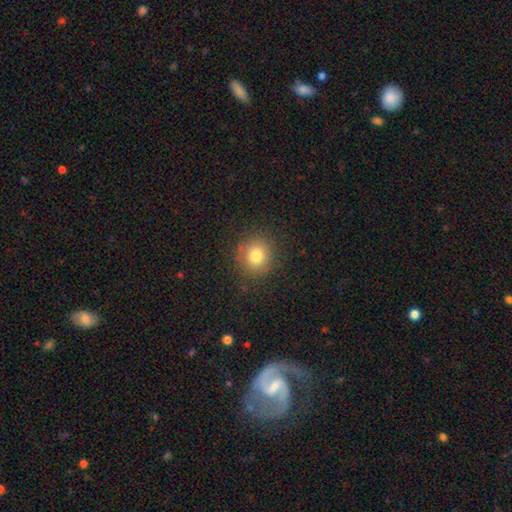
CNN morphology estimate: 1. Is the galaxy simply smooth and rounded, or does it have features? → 78% smooth, 12% star or artifact, 10% featured or disk.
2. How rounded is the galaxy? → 87% round, 12% in between, 1% cigar-shaped.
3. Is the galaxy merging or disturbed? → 86% none, 9% minor disturbance, 4% major disturbance, 1% merger.